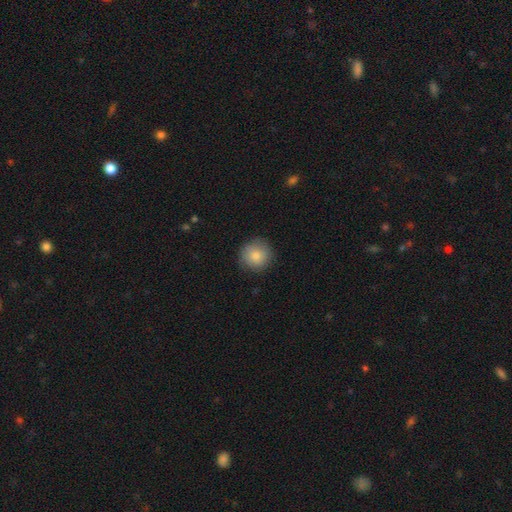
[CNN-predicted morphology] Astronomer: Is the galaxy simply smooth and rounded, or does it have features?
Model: smooth — 83%.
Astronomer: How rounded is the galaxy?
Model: round — 94%.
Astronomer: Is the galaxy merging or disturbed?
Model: none — 86%.